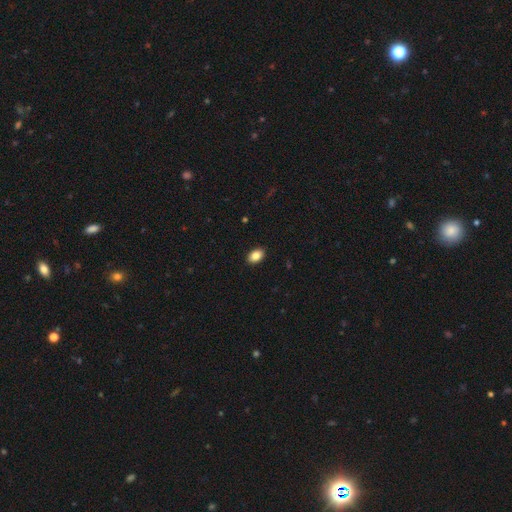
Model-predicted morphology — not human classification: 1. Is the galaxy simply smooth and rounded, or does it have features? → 86% smooth, 8% star or artifact, 6% featured or disk.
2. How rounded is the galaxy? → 86% in between, 13% round, 1% cigar-shaped.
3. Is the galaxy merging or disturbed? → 90% none, 7% minor disturbance, 2% major disturbance, 1% merger.